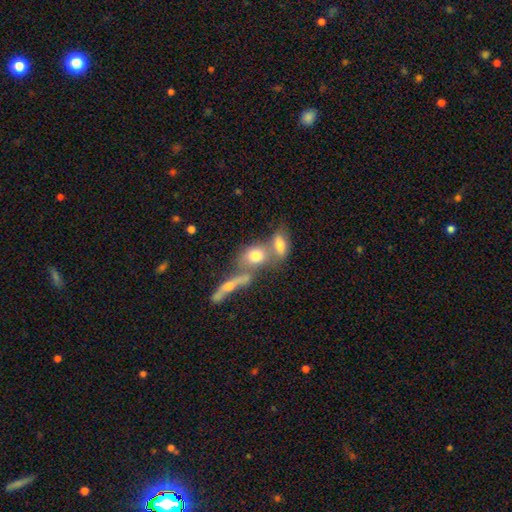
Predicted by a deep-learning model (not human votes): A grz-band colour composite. It shows a smooth galaxy with no disk features (70%) that is in between round and cigar-shaped (55%). Merging: merger (52%).